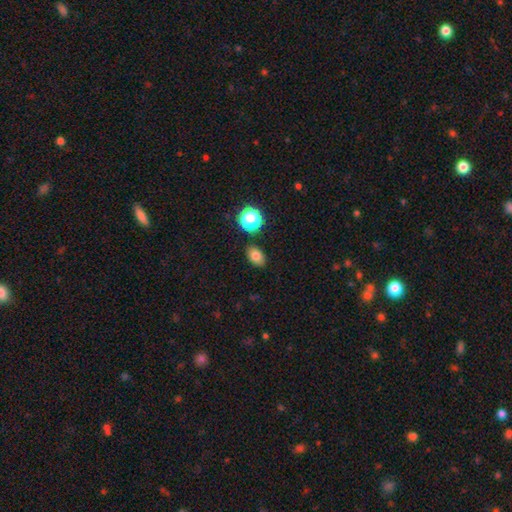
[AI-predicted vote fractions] Smooth or featured? smooth (79%)
How rounded? in between (80%)
Merging? none (85%)